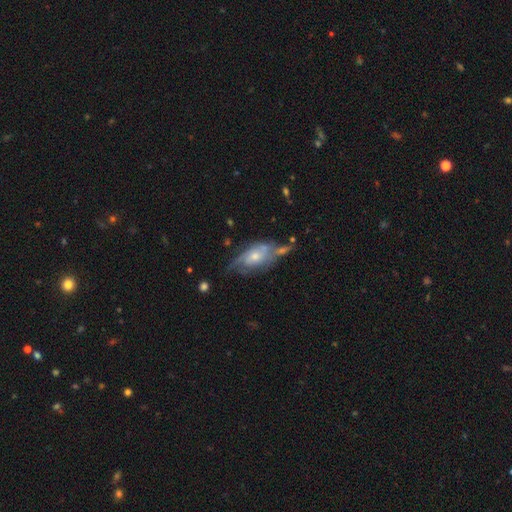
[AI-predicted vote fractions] Smooth or featured? Predicted: featured or disk (p=0.67). Edge-on disk? Predicted: no (p=0.90). Bar? Predicted: no (p=0.71). Spiral arms? Predicted: yes (p=0.78). Bulge size? Predicted: moderate (p=0.49). Merging? Predicted: none (p=0.41).